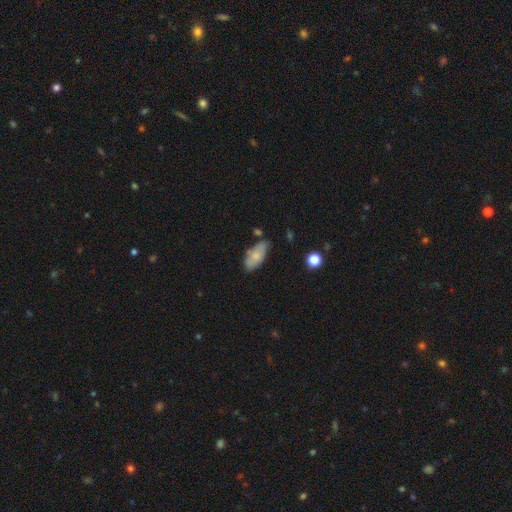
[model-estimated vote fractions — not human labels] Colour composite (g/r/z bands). It shows a smooth galaxy with no disk features (72%) that is in between round and cigar-shaped (89%). Merging: none (65%).